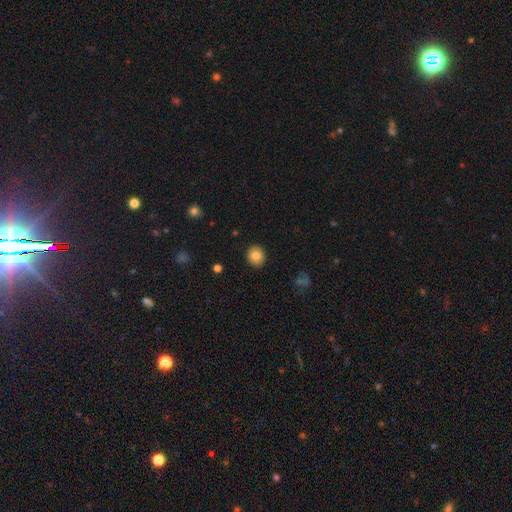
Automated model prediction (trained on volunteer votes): The model was most divided on "how rounded": round: 81%, in between: 18%, cigar-shaped: 1%. More confident: merging — none (91%); smooth or featured — smooth (83%).